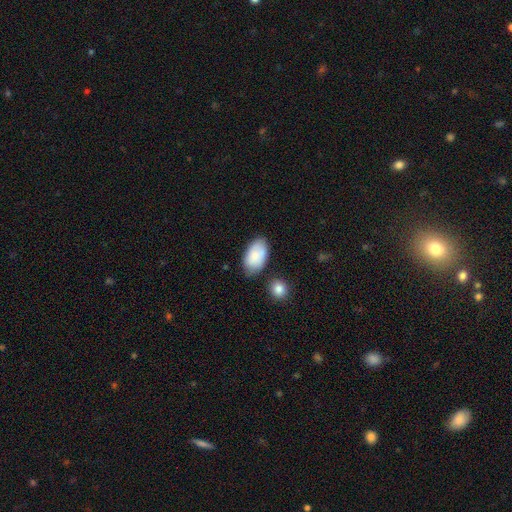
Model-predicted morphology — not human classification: Smooth or featured: smooth — 80% (featured or disk — 14%)
How rounded: in between — 94% (round — 5%)
Merging: none — 68% (minor disturbance — 20%)